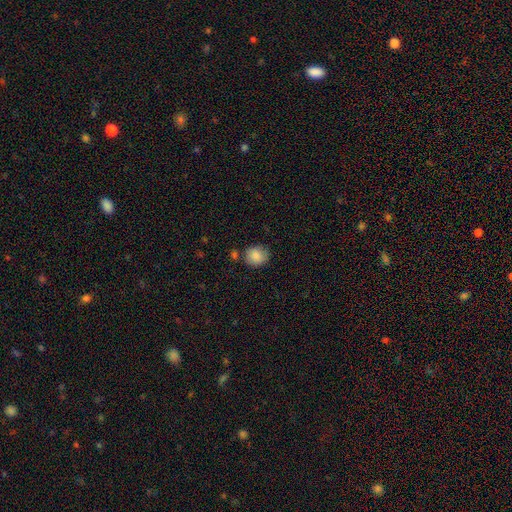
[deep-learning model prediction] A smooth galaxy with no disk features (87%) that is round (78%). Merging: none (74%).